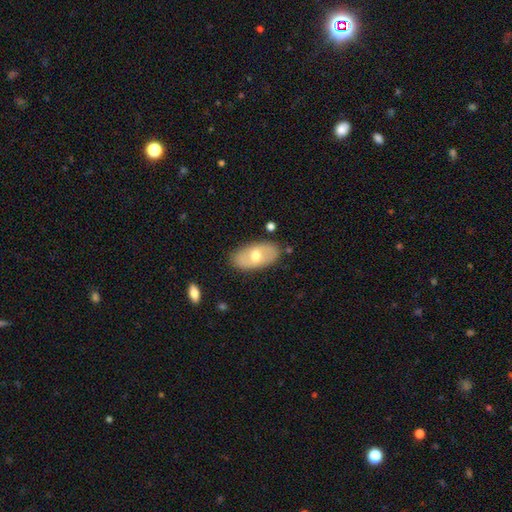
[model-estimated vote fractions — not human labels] Q: Smooth or featured?
A: smooth (56%); runner-up: featured or disk (38%)
Q: How rounded?
A: in between (93%); runner-up: round (4%)
Q: Merging?
A: none (83%); runner-up: minor disturbance (12%)